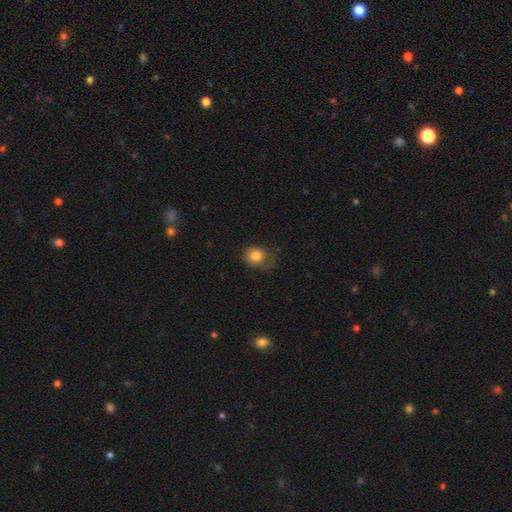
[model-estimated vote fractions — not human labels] The model was most divided on "merging": none: 49%, minor disturbance: 28%, major disturbance: 21%, merger: 2%. More confident: smooth or featured — smooth (80%); how rounded — round (70%).